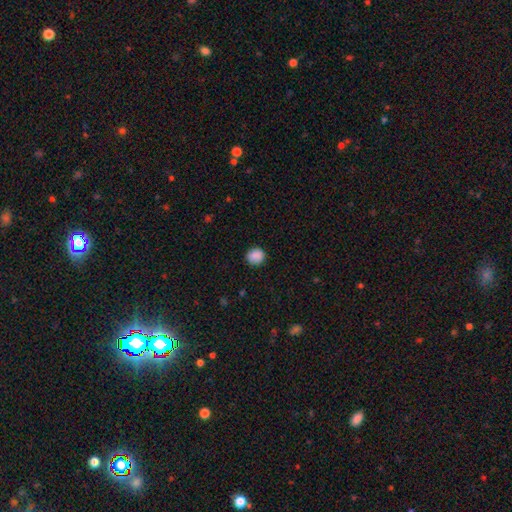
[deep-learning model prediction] smooth_or_featured: smooth (p=0.89) [alt: star or artifact p=0.08]
how_rounded: round (p=0.83) [alt: in between p=0.16]
merging: none (p=0.88) [alt: minor disturbance p=0.08]